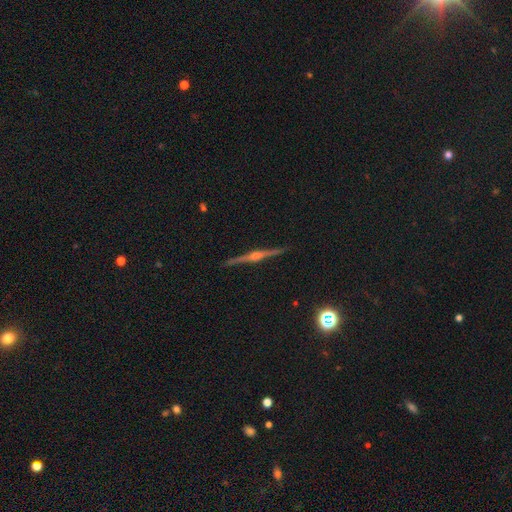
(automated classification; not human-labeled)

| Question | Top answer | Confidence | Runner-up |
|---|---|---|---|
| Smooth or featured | featured or disk | 85% | smooth (9%) |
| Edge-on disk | yes | 98% | no (2%) |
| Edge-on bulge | rounded | 81% | boxy (13%) |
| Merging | none | 92% | minor disturbance (5%) |